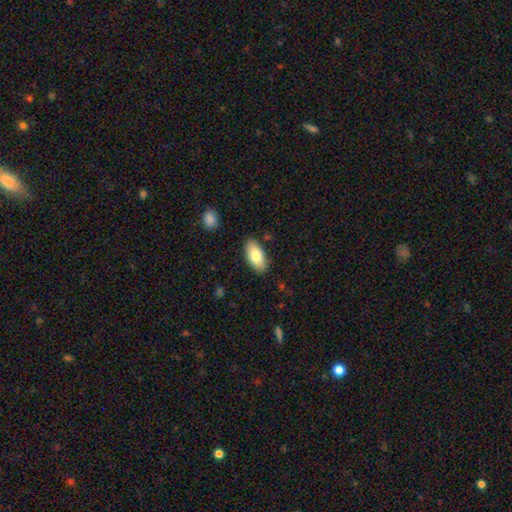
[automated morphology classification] A smooth galaxy with no disk features (79%) that is in between round and cigar-shaped (92%). Merging: none (86%).